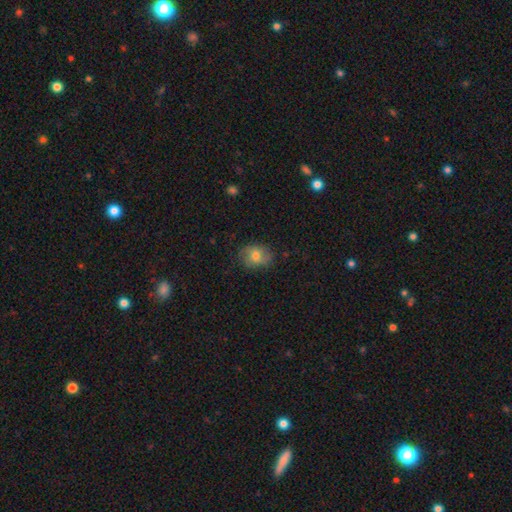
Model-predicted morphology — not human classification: smooth_or_featured: smooth (p=0.67) [alt: featured or disk p=0.24]
how_rounded: in between (p=0.58) [alt: round p=0.41]
merging: none (p=0.75) [alt: minor disturbance p=0.19]